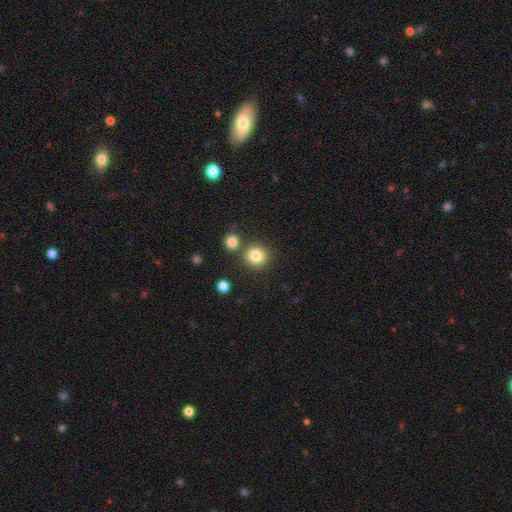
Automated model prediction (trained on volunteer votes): Smooth or featured?
  - smooth: 83% *
  - star or artifact: 11%
  - featured or disk: 6%
How rounded?
  - round: 90% *
  - in between: 9%
  - cigar-shaped: 1%
Merging?
  - none: 78% *
  - merger: 11%
  - minor disturbance: 8%
  - major disturbance: 3%